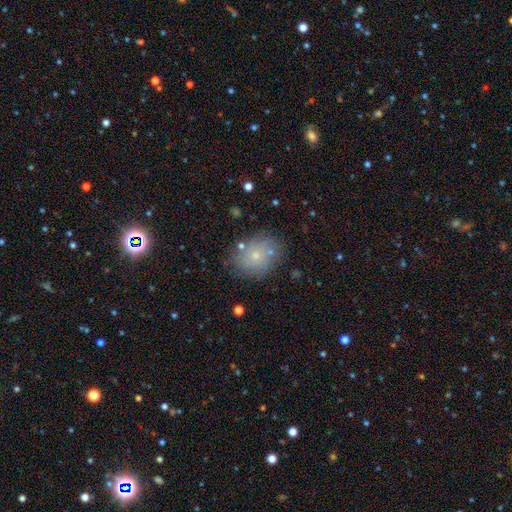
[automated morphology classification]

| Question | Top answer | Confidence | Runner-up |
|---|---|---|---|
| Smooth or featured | smooth | 61% | featured or disk (26%) |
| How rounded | round | 50% | in between (49%) |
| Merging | none | 73% | minor disturbance (16%) |